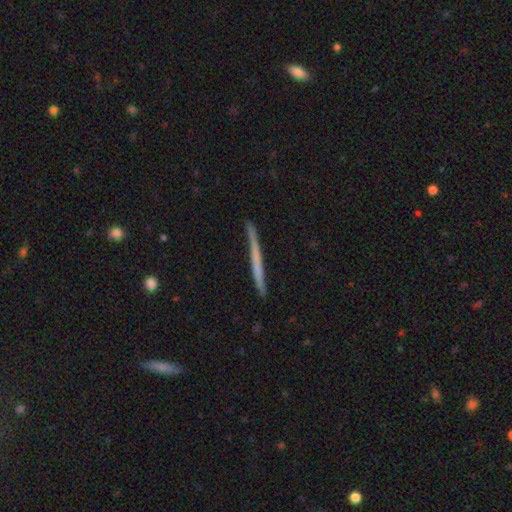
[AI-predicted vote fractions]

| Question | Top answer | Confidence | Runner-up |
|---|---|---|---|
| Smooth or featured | featured or disk | 55% | smooth (37%) |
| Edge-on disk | yes | 97% | no (3%) |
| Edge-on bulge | none | 78% | rounded (16%) |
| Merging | none | 89% | minor disturbance (8%) |